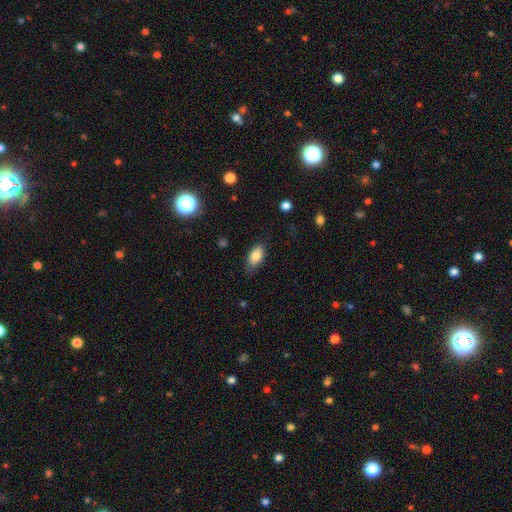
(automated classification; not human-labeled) Overall: smooth (84%). How rounded: in between (90%). Merging: none (76%).